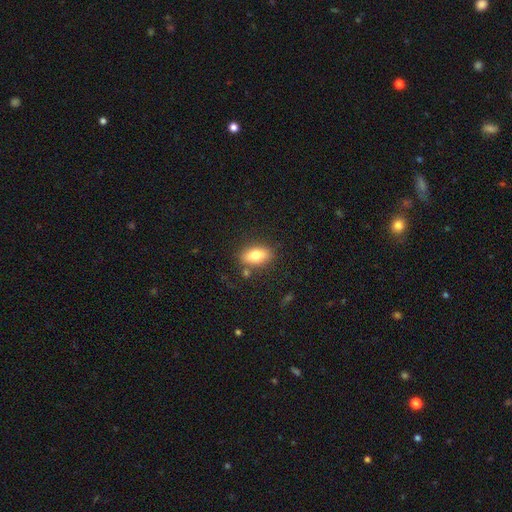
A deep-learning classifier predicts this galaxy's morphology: type=smooth (77%); roundness=in between (87%); merging=none (81%).